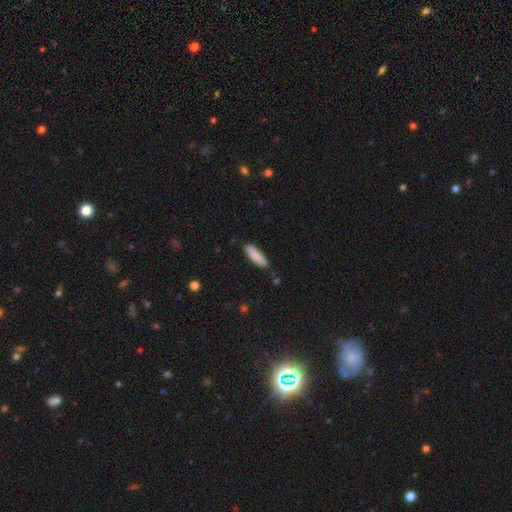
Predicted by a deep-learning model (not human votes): Smooth or featured? Predicted: smooth (p=0.86). How rounded? Predicted: cigar-shaped (p=0.64). Merging? Predicted: none (p=0.83).